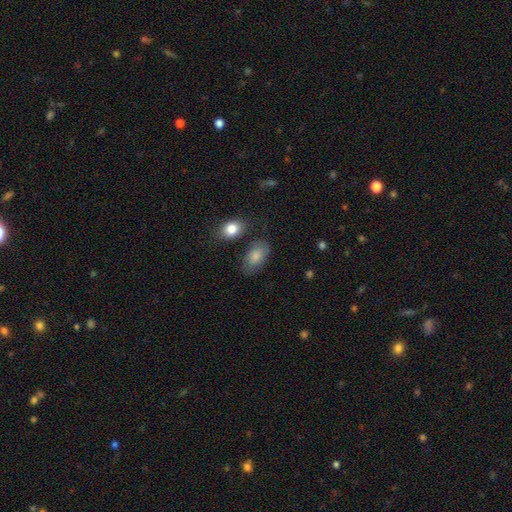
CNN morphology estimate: This is clearly a smooth galaxy (81%). How rounded: clearly in between (92%). Merging: likely none (68%).